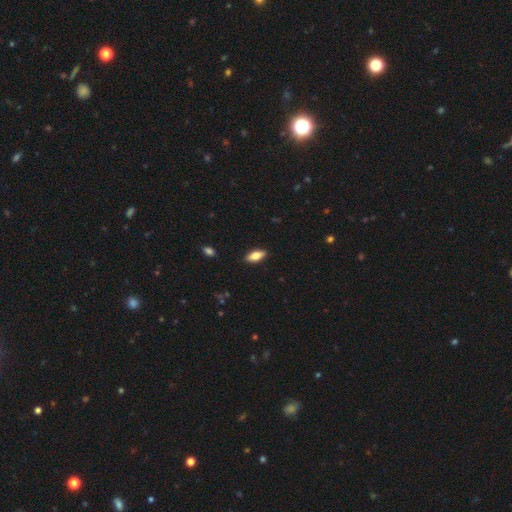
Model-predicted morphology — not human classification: Q: Smooth or featured?
A: smooth (73%); runner-up: featured or disk (21%)
Q: How rounded?
A: in between (81%); runner-up: cigar-shaped (16%)
Q: Merging?
A: none (88%); runner-up: minor disturbance (9%)